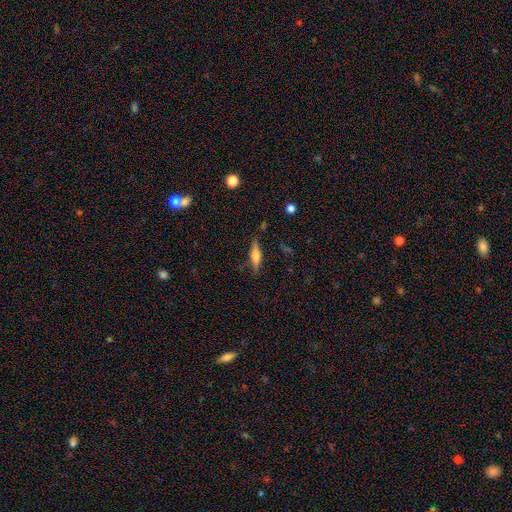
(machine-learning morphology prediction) Smooth or featured?
  - featured or disk: 52% *
  - smooth: 41%
  - star or artifact: 8%
Edge-on disk?
  - yes: 94% *
  - no: 6%
Merging?
  - none: 84% *
  - minor disturbance: 12%
  - major disturbance: 3%
  - merger: 2%